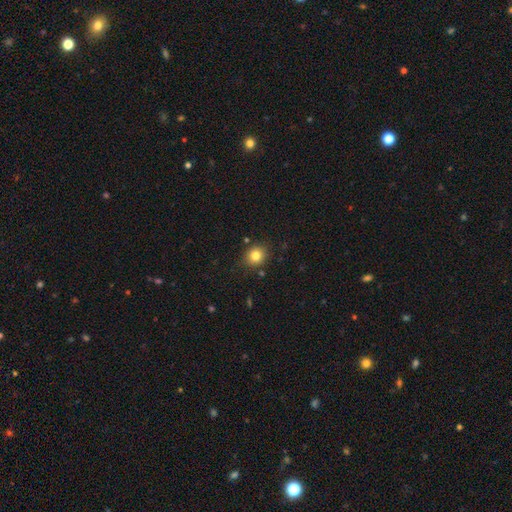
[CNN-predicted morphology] type=smooth (81%); roundness=round (72%); merging=none (83%).